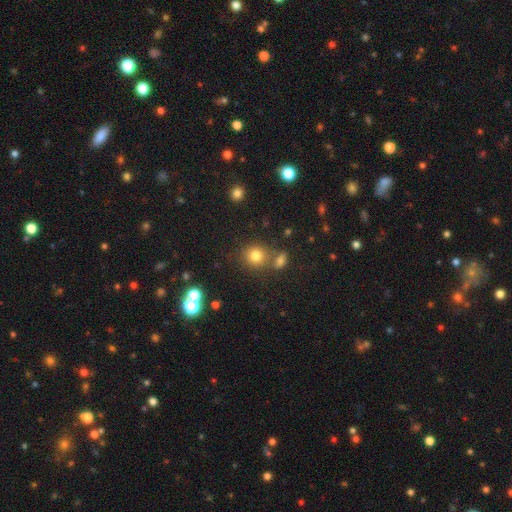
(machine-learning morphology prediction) The model was most divided on "merging": none: 71%, merger: 16%, minor disturbance: 9%, major disturbance: 4%. More confident: how rounded — round (84%); smooth or featured — smooth (78%).